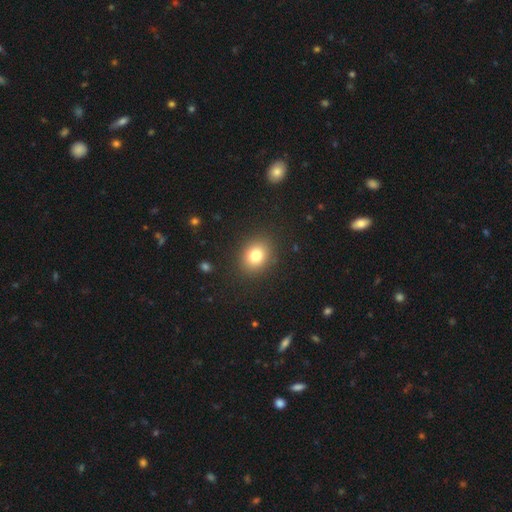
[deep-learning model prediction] smooth 78%, star or artifact 12%, featured or disk 10%. Down the decision tree: how rounded — round (60%); merging — none (89%).